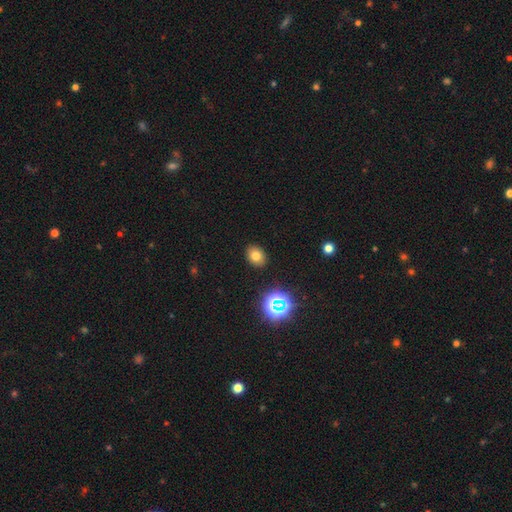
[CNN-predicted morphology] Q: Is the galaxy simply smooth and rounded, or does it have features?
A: smooth — 74%.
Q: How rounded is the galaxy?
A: in between — 62%.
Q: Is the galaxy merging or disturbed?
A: none — 89%.